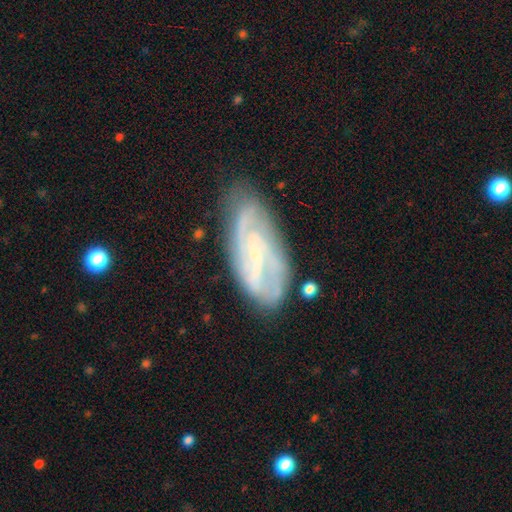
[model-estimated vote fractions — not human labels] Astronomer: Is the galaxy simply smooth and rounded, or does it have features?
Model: featured or disk — 77%.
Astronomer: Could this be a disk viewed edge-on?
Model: no — 93%.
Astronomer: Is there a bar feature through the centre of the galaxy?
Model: weak — 44% (runner-up: no, 37%).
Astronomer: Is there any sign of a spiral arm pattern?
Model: yes — 91%.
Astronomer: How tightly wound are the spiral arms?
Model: tight — 45% (runner-up: medium, 40%).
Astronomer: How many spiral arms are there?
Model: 2 — 36% (runner-up: can't tell, 30%).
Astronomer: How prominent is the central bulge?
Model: small — 69%.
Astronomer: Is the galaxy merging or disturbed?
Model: none — 71%.